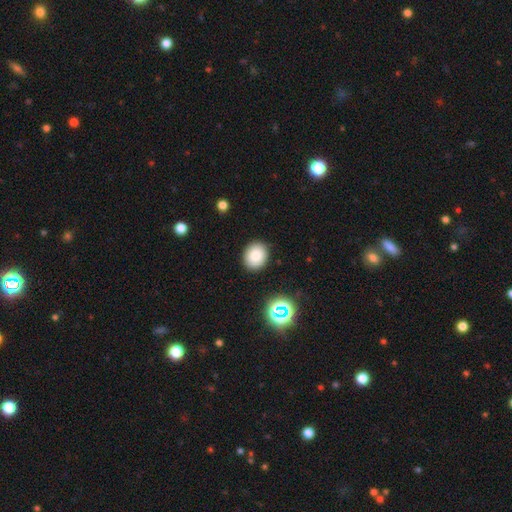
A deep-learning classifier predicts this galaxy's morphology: Smooth or featured?
  - smooth: 82% *
  - star or artifact: 11%
  - featured or disk: 7%
How rounded?
  - round: 59% *
  - in between: 40%
  - cigar-shaped: 1%
Merging?
  - none: 88% *
  - minor disturbance: 8%
  - major disturbance: 2%
  - merger: 2%